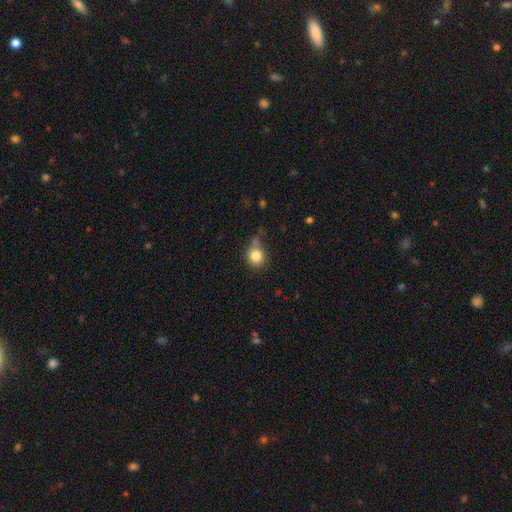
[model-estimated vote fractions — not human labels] Smooth or featured? smooth (82%)
How rounded? round (83%)
Merging? none (65%)